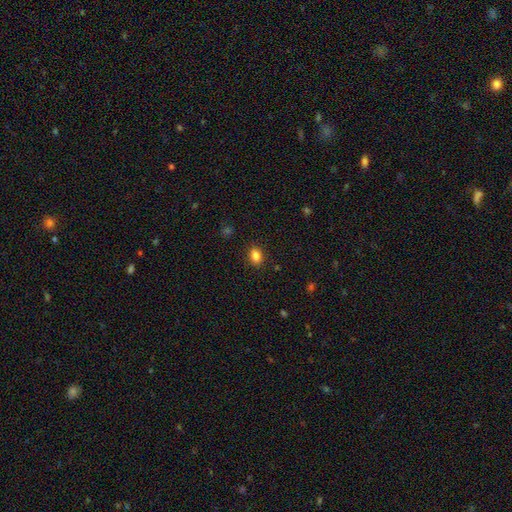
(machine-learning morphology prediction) This is clearly a smooth galaxy (85%). How rounded: likely in between (68%). Merging: clearly none (89%).